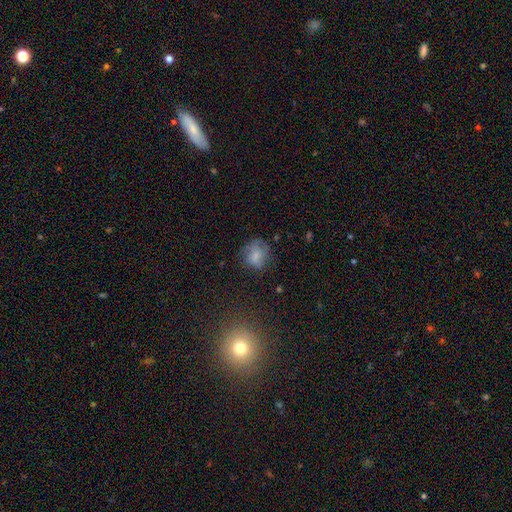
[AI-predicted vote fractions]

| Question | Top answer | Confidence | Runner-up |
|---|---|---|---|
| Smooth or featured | smooth | 68% | featured or disk (20%) |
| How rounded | round | 71% | in between (28%) |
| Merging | none | 60% | minor disturbance (25%) |